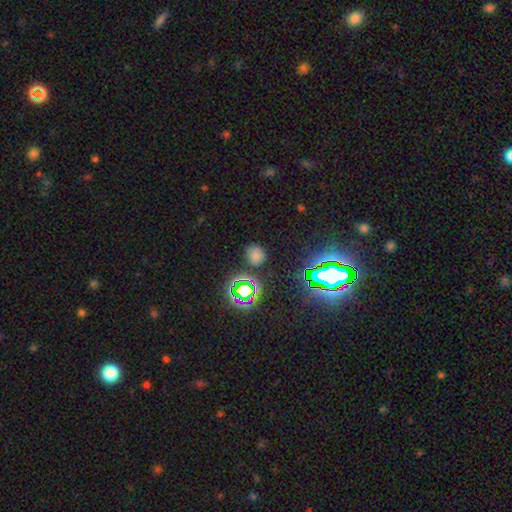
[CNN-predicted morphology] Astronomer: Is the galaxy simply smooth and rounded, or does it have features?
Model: smooth — 61%.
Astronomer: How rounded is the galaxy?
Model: round — 81%.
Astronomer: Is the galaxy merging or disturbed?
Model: none — 82%.